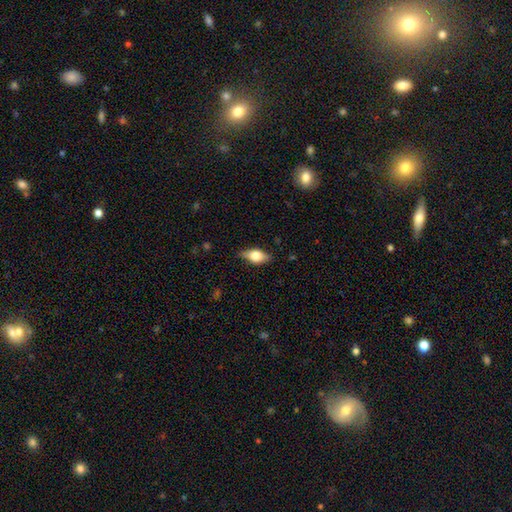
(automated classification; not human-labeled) The model was most divided on "smooth or featured": smooth: 62%, featured or disk: 31%, star or artifact: 7%. More confident: how rounded — in between (83%); merging — none (79%).